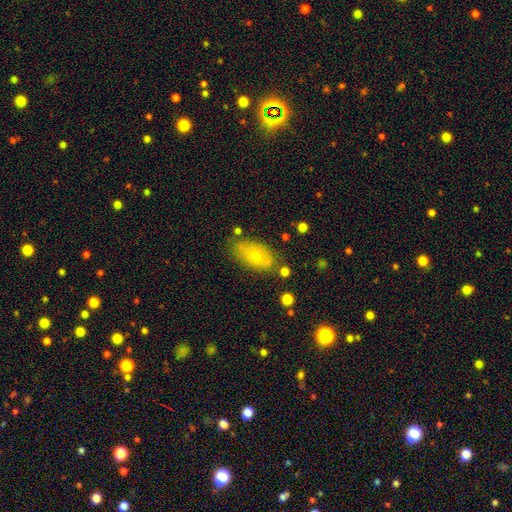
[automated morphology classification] The model was most divided on "smooth or featured": smooth: 67%, featured or disk: 25%, star or artifact: 9%. More confident: how rounded — in between (89%); merging — none (71%).